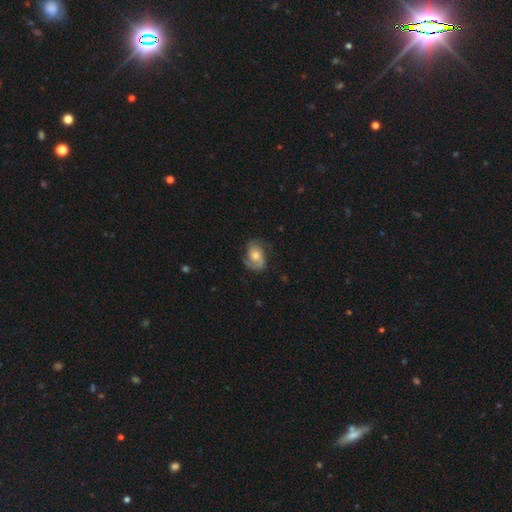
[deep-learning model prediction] Smooth or featured? Predicted: featured or disk (p=0.70). Edge-on disk? Predicted: no (p=0.97). Bar? Predicted: no (p=0.70). Spiral arms? Predicted: yes (p=0.93). Spiral winding? Predicted: medium (p=0.44). Spiral arm count? Predicted: 2 (p=0.76). Bulge size? Predicted: moderate (p=0.57). Merging? Predicted: none (p=0.68).